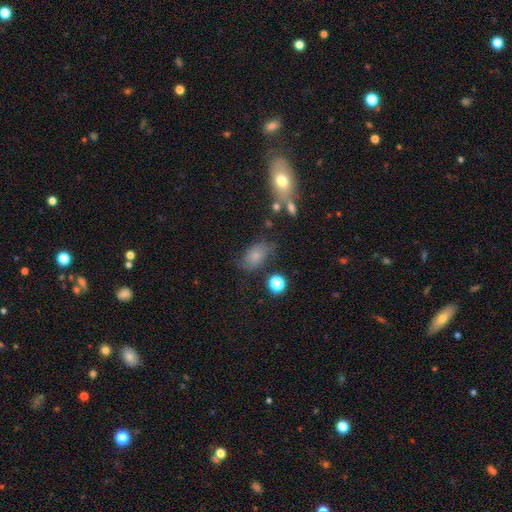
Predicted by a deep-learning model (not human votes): smooth 65%, featured or disk 21%, star or artifact 14%. Down the decision tree: how rounded — in between (86%); merging — none (60%).